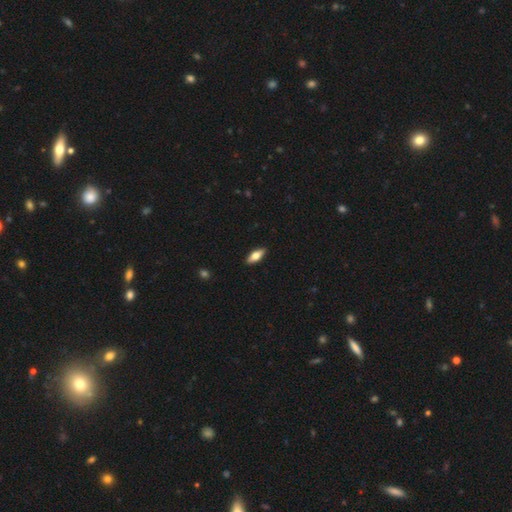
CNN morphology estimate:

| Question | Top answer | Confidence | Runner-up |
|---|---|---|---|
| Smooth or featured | smooth | 62% | featured or disk (32%) |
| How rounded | in between | 70% | cigar-shaped (27%) |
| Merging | none | 90% | minor disturbance (7%) |